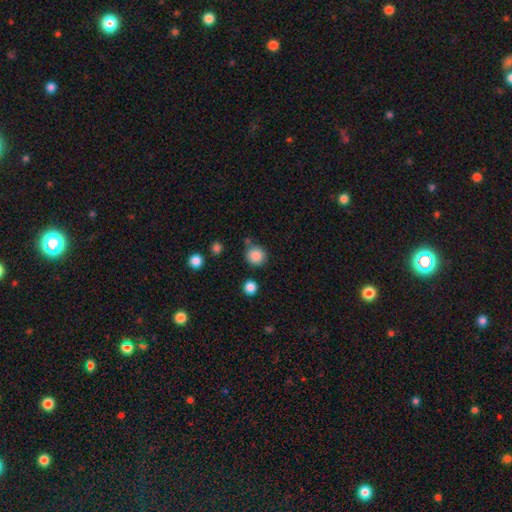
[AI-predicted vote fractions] Q: Smooth or featured?
A: smooth (87%); runner-up: star or artifact (10%)
Q: How rounded?
A: round (92%); runner-up: in between (7%)
Q: Merging?
A: none (80%); runner-up: minor disturbance (10%)